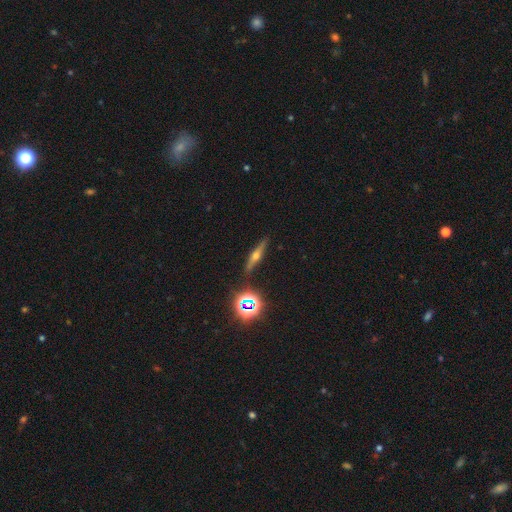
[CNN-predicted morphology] Q: Smooth or featured?
A: featured or disk (61%); runner-up: smooth (25%)
Q: Edge-on disk?
A: yes (94%); runner-up: no (6%)
Q: Edge-on bulge?
A: rounded (93%); runner-up: none (4%)
Q: Merging?
A: none (87%); runner-up: minor disturbance (9%)